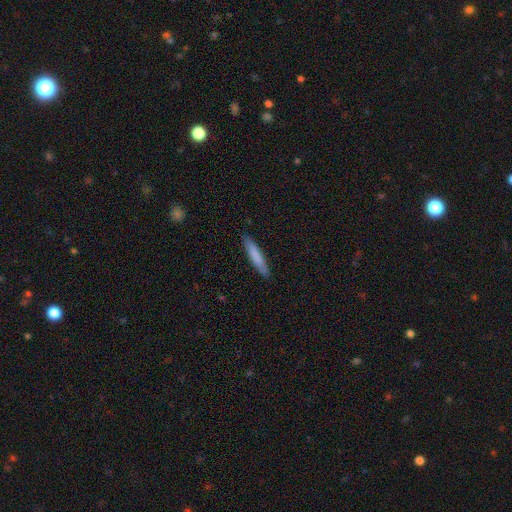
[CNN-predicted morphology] Smooth or featured?
  - smooth: 78% *
  - featured or disk: 17%
  - star or artifact: 5%
How rounded?
  - cigar-shaped: 92% *
  - in between: 7%
  - round: 1%
Merging?
  - none: 89% *
  - minor disturbance: 8%
  - major disturbance: 2%
  - merger: 1%